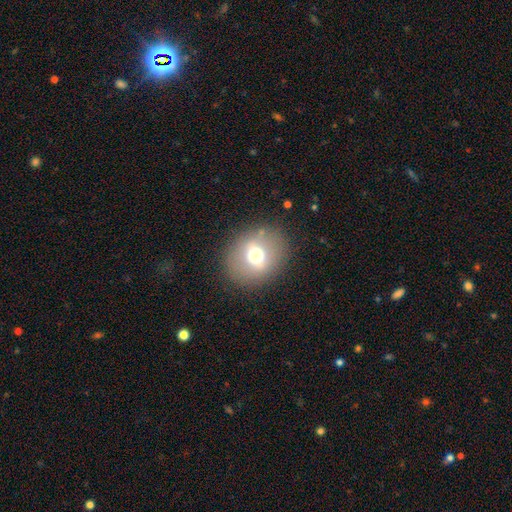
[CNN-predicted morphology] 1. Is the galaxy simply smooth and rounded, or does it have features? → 59% smooth, 28% featured or disk, 13% star or artifact.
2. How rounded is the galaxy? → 68% round, 31% in between, 1% cigar-shaped.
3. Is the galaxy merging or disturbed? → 84% none, 10% minor disturbance, 5% major disturbance, 1% merger.